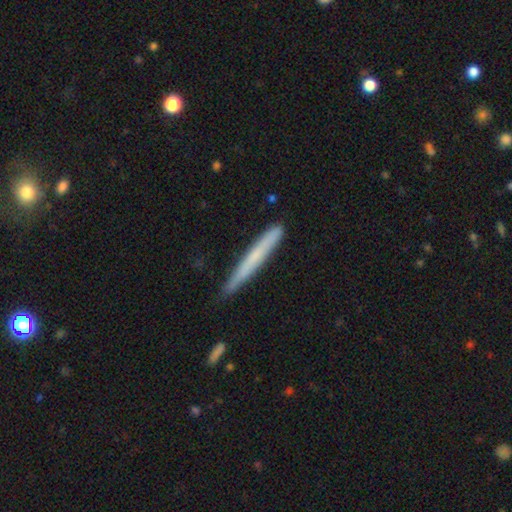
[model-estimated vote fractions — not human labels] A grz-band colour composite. It shows a smooth galaxy with no disk features (60%) that is cigar-shaped (97%). Merging: none (85%).